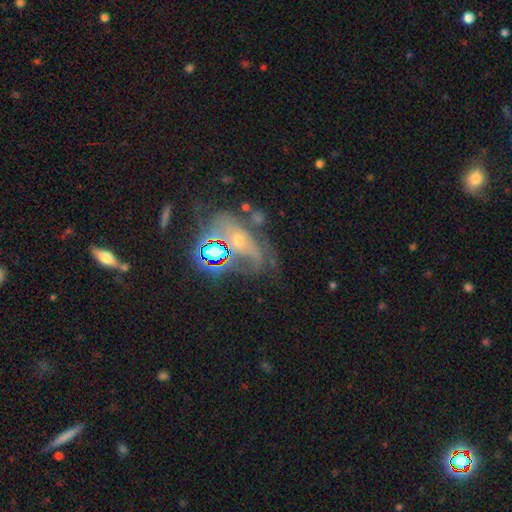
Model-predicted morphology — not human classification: A featured or disk galaxy (52%).

Vote fractions:
- Smooth or featured? featured or disk: 52% / star or artifact: 26% / smooth: 23%
- Edge-on disk? no: 91% / yes: 9%
- Merging? none: 44% / major disturbance: 23% / minor disturbance: 22% / merger: 11%